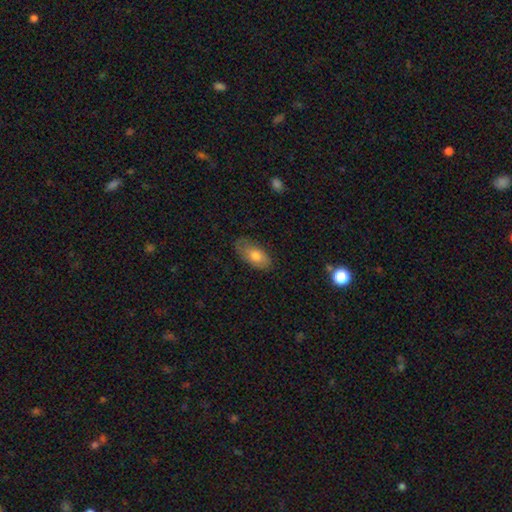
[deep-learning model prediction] Q: Smooth or featured?
A: smooth (73%); runner-up: featured or disk (20%)
Q: How rounded?
A: in between (92%); runner-up: round (4%)
Q: Merging?
A: none (69%); runner-up: minor disturbance (24%)